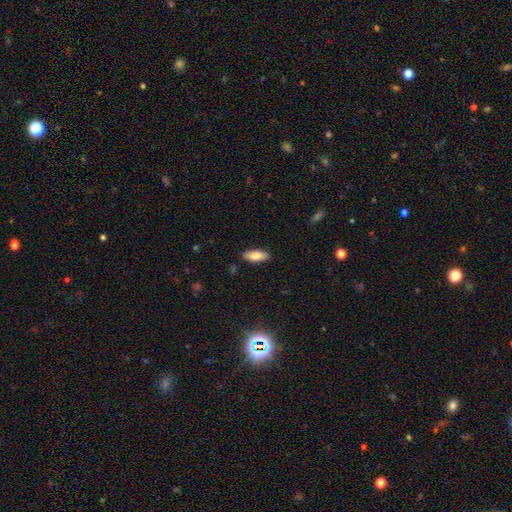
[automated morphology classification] The model was most divided on "how rounded": in between: 73%, cigar-shaped: 25%, round: 2%. More confident: merging — none (87%); smooth or featured — smooth (82%).